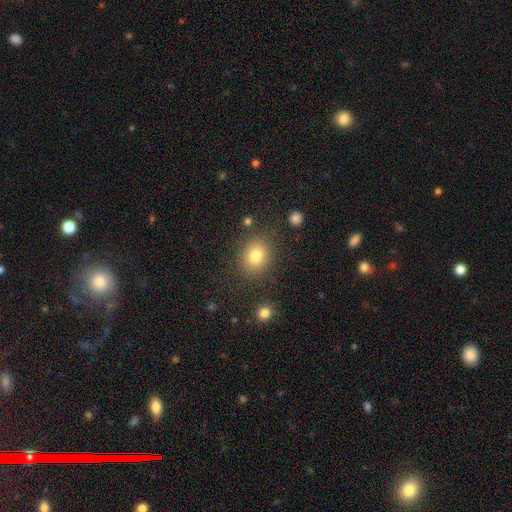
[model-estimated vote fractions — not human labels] smooth_or_featured: smooth (p=0.81) [alt: star or artifact p=0.12]
how_rounded: round (p=0.57) [alt: in between p=0.42]
merging: none (p=0.84) [alt: minor disturbance p=0.10]